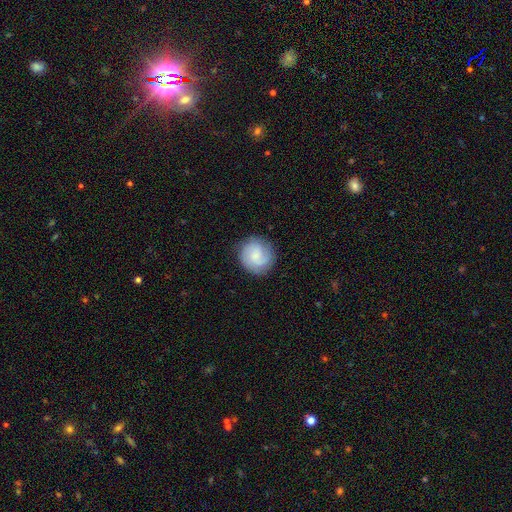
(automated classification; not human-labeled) Smooth or featured?
  - smooth: 52% *
  - featured or disk: 41%
  - star or artifact: 7%
How rounded?
  - round: 89% *
  - in between: 10%
  - cigar-shaped: 1%
Merging?
  - none: 83% *
  - minor disturbance: 12%
  - major disturbance: 4%
  - merger: 1%